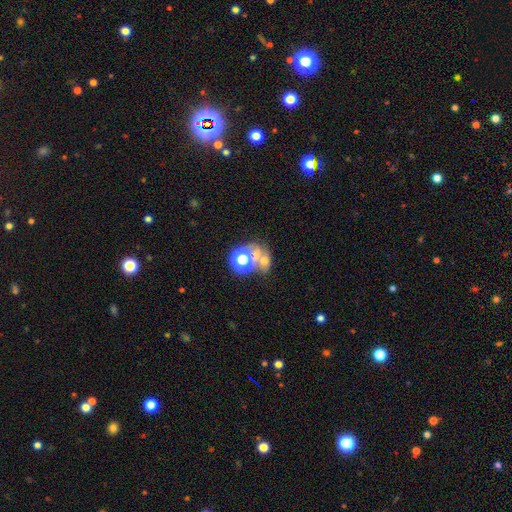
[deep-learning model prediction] Morphology: type=smooth (46%); merging=merger (48%).